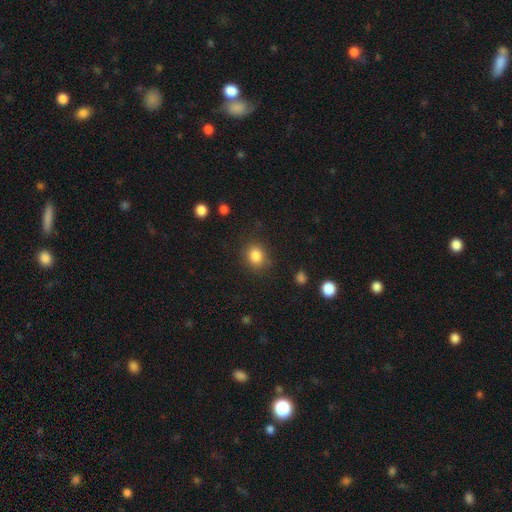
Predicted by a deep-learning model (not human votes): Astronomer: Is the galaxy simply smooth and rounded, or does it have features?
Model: smooth — 85%.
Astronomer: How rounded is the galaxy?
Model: round — 67%.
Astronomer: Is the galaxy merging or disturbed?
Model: none — 82%.